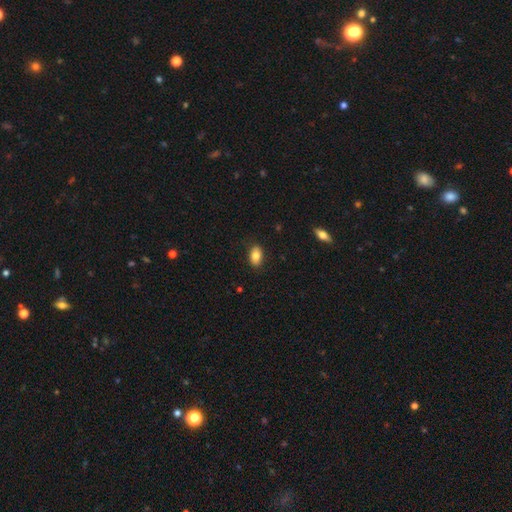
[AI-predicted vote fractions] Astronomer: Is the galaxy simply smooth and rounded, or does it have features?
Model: smooth — 83%.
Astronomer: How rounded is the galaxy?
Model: in between — 90%.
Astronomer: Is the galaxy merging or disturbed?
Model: none — 87%.